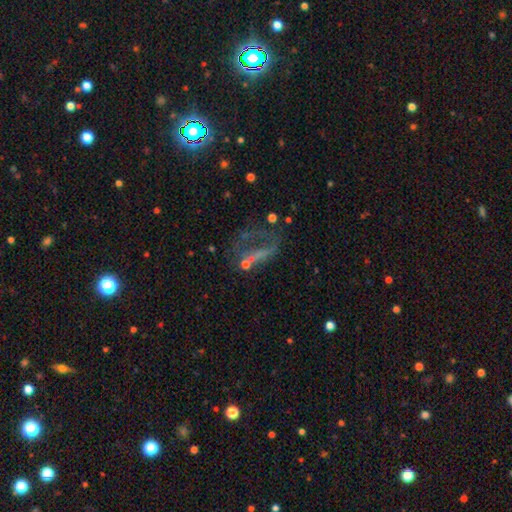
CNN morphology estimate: smooth_or_featured: featured or disk (p=0.48) [alt: smooth p=0.27]
merging: major disturbance (p=0.44) [alt: none p=0.29]